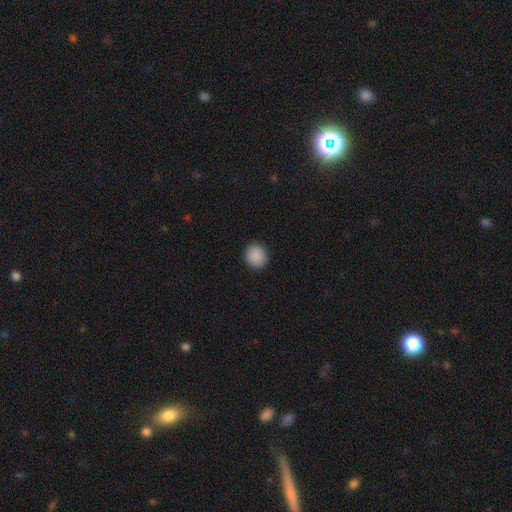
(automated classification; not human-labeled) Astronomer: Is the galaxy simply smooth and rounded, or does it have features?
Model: smooth — 90%.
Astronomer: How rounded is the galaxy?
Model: round — 84%.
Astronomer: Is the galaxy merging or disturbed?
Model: none — 92%.